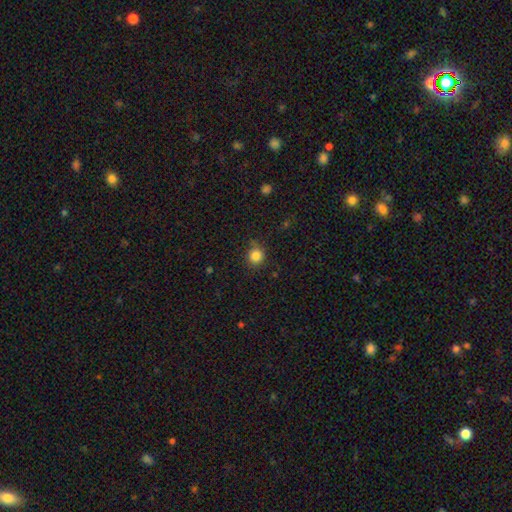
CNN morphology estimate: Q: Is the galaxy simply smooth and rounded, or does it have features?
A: smooth — 84%.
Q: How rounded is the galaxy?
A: round — 88%.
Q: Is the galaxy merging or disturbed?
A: none — 80%.